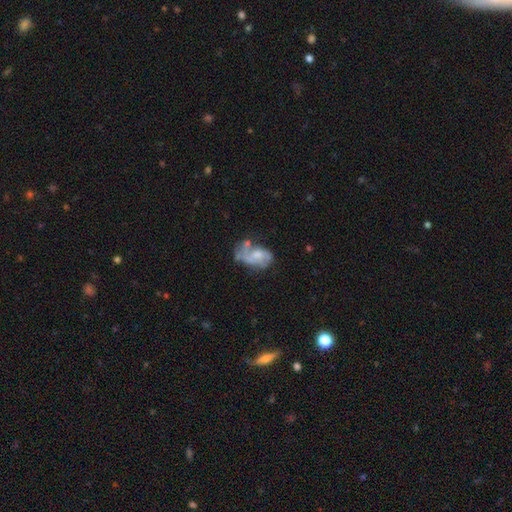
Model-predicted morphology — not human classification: Smooth or featured? Predicted: featured or disk (p=0.65). Edge-on disk? Predicted: no (p=0.97). Bar? Predicted: no (p=0.64). Spiral arms? Predicted: yes (p=0.69). Bulge size? Predicted: moderate (p=0.38). Merging? Predicted: none (p=0.34).